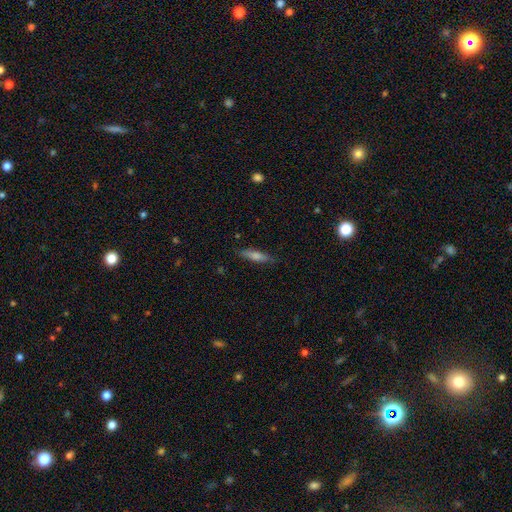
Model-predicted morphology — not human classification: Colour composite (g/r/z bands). It shows a smooth galaxy with no disk features (55%) that is cigar-shaped (80%). Merging: none (86%).